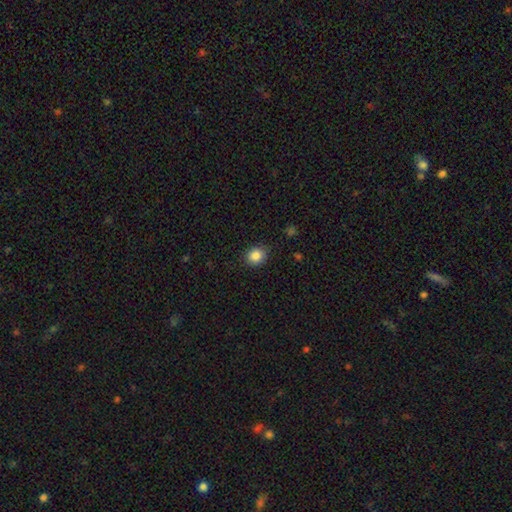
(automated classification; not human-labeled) A smooth galaxy with no disk features (85%) that is round (72%). Merging: none (87%).